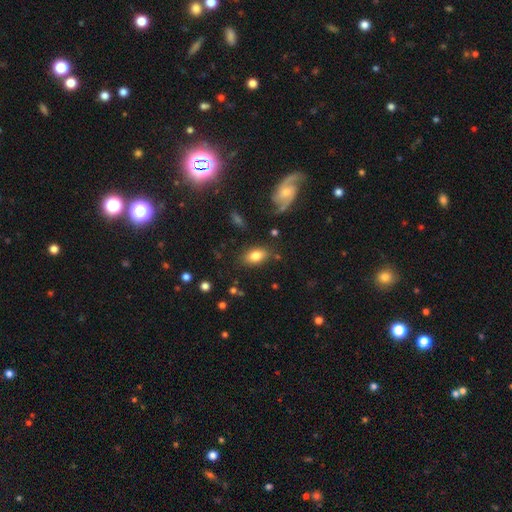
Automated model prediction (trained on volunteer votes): A smooth galaxy with no disk features (80%) that is in between round and cigar-shaped (89%). Merging: none (77%).